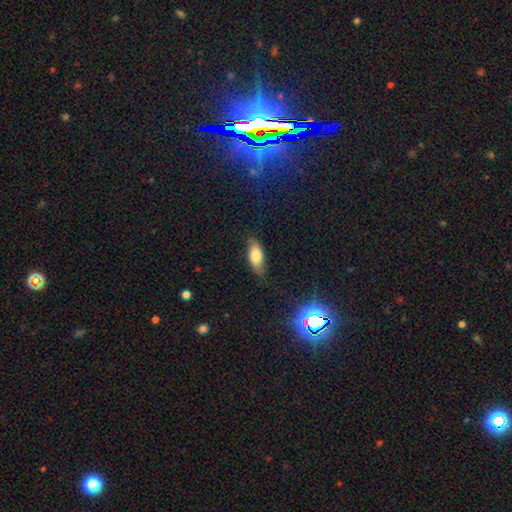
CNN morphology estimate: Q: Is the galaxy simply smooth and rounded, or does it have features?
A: smooth — 71%.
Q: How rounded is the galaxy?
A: in between — 80%.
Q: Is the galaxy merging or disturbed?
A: none — 74%.